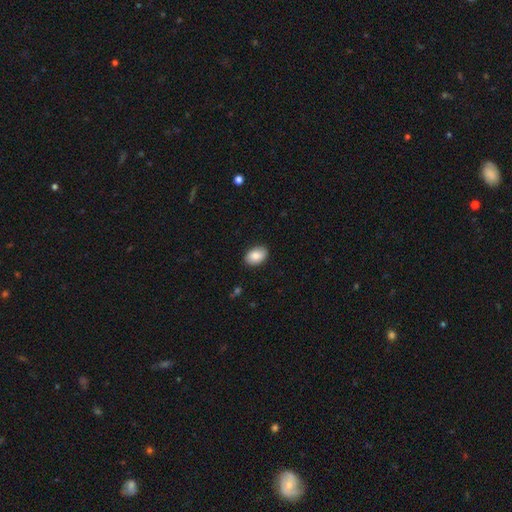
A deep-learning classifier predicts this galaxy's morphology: Smooth or featured? smooth (87%)
How rounded? in between (86%)
Merging? none (88%)